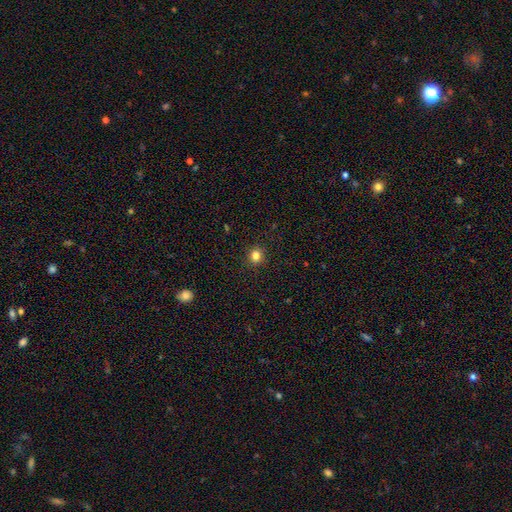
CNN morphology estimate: This appears to be a smooth galaxy with no disk features (82%) that is round (86%). Merging: none (91%).